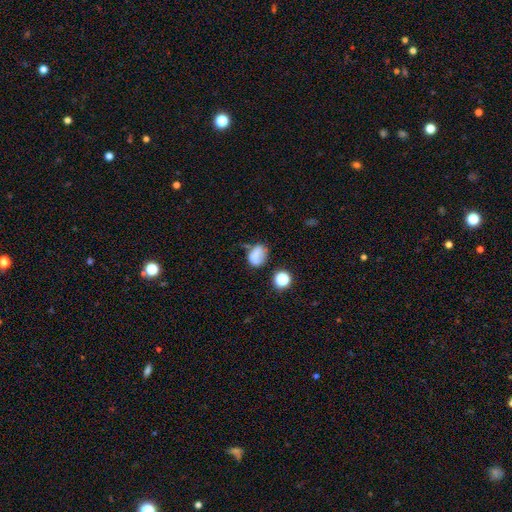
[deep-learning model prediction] A smooth galaxy with no disk features (64%) that is in between round and cigar-shaped (64%). Merging: none (41%).